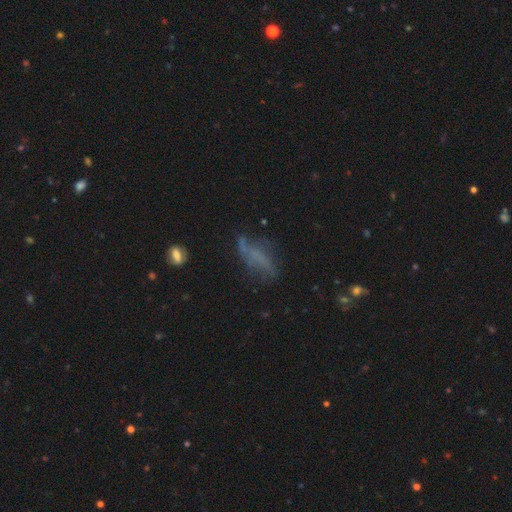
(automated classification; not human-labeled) Morphology: type=featured or disk (46%); merging=none (49%).